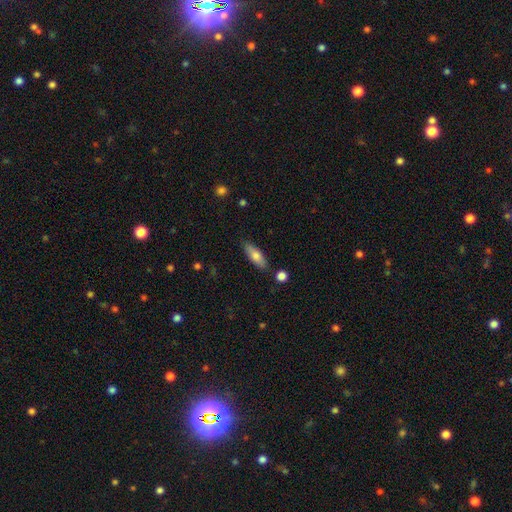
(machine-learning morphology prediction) type=smooth (72%); roundness=in between (56%); merging=none (82%).